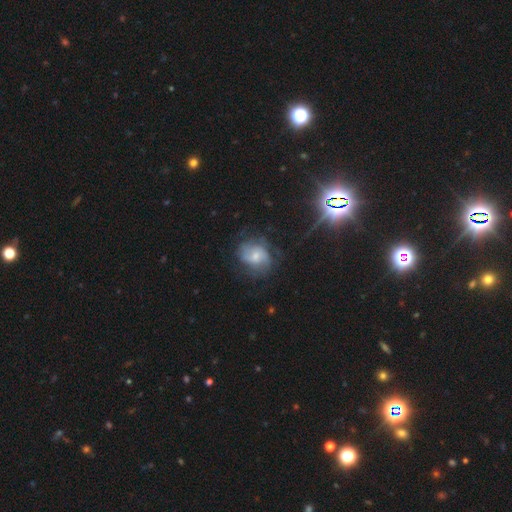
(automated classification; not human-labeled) The model was most divided on "bulge size": small: 49%, moderate: 40%, none: 5%, large: 4%, dominant: 1%. More confident: edge-on disk — no (97%); spiral arms — yes (79%); merging — none (60%); bar — no (58%); smooth or featured — featured or disk (57%).